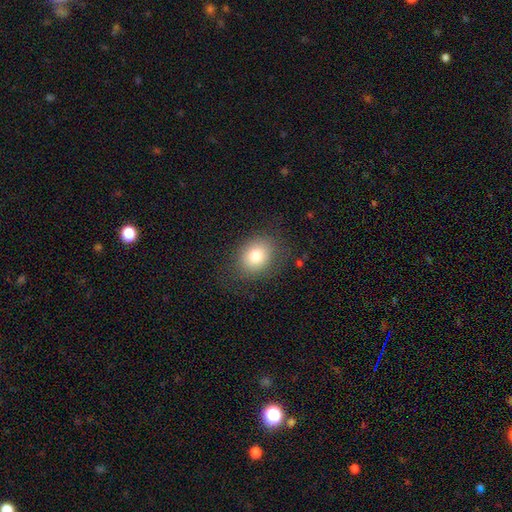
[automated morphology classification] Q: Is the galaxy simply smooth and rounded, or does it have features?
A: smooth — 79%.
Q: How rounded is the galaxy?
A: in between — 51%.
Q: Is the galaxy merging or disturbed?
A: none — 80%.